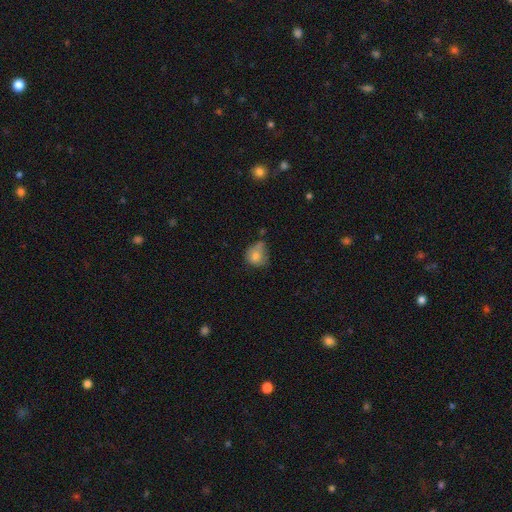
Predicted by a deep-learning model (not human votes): smooth_or_featured: smooth (p=0.73) [alt: featured or disk p=0.17]
how_rounded: round (p=0.71) [alt: in between p=0.28]
merging: none (p=0.39) [alt: minor disturbance p=0.37]